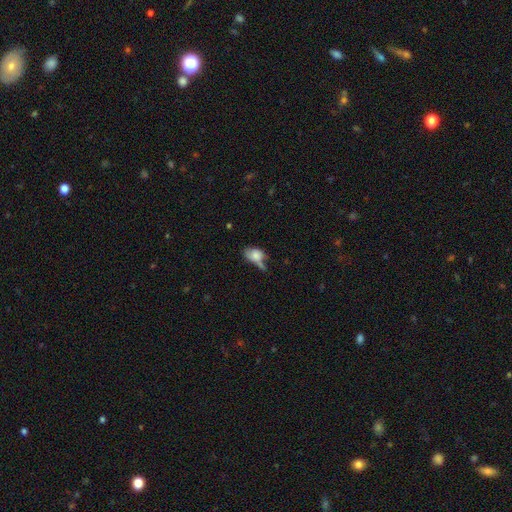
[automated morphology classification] This appears to be a smooth galaxy with no disk features (72%) that is in between round and cigar-shaped (75%). Merging: none (30%).